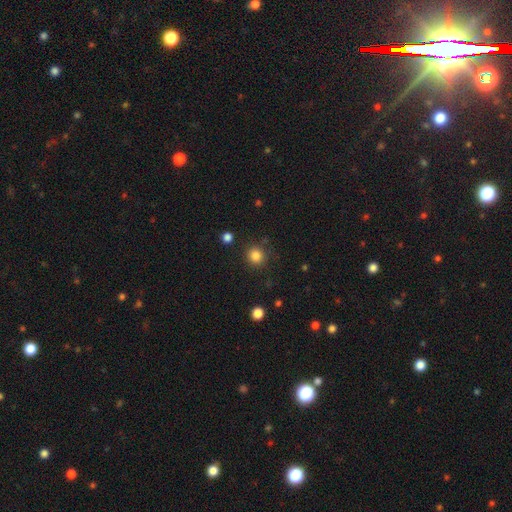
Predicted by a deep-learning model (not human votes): Q: Smooth or featured?
A: smooth (84%); runner-up: star or artifact (11%)
Q: How rounded?
A: round (91%); runner-up: in between (8%)
Q: Merging?
A: none (86%); runner-up: minor disturbance (8%)